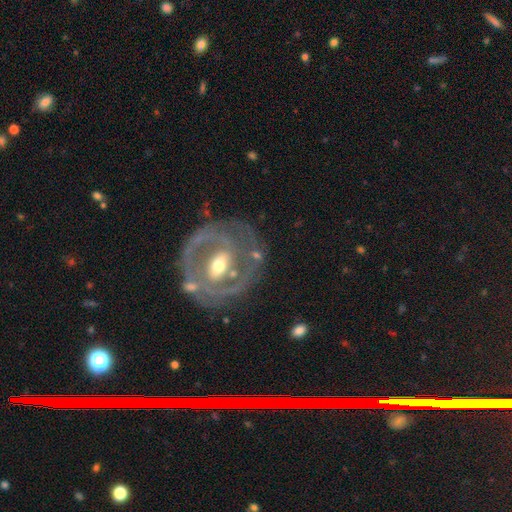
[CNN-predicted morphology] featured or disk 83%, smooth 12%, star or artifact 5%. Down the decision tree: edge-on disk — no (96%); bar — weak (41%); spiral arms — yes (71%); spiral arm count — 2 (50%); spiral winding — tight (60%); bulge size — moderate (68%); merging — none (70%).